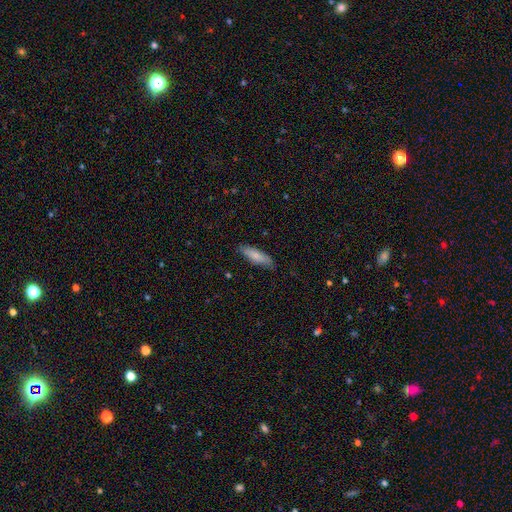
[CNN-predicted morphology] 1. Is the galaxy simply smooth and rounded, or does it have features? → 79% smooth, 16% featured or disk, 5% star or artifact.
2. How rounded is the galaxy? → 61% cigar-shaped, 38% in between, 2% round.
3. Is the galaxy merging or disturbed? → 83% none, 14% minor disturbance, 2% major disturbance, 1% merger.